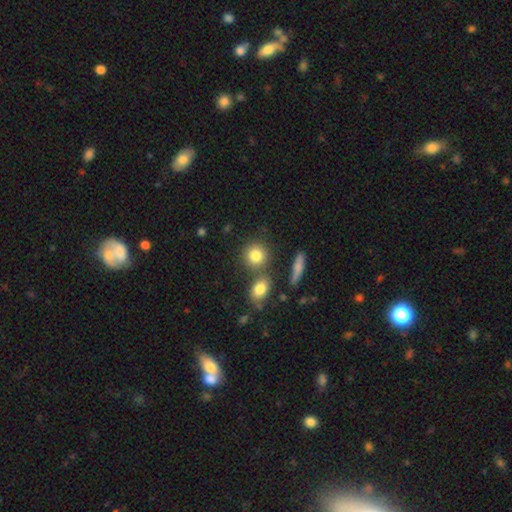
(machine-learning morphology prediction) Smooth or featured? smooth (81%)
How rounded? round (80%)
Merging? none (66%)